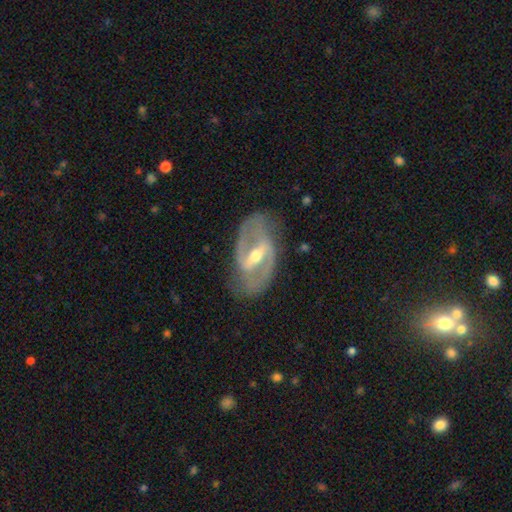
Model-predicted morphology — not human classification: Smooth or featured: featured or disk — 88% (smooth — 7%)
Edge-on disk: no — 95% (yes — 5%)
Bar: strong — 57% (weak — 33%)
Spiral arms: yes — 91% (no — 9%)
Spiral winding: medium — 53% (tight — 26%)
Spiral arm count: 2 — 89% (can't tell — 5%)
Bulge size: moderate — 60% (small — 35%)
Merging: none — 79% (minor disturbance — 14%)